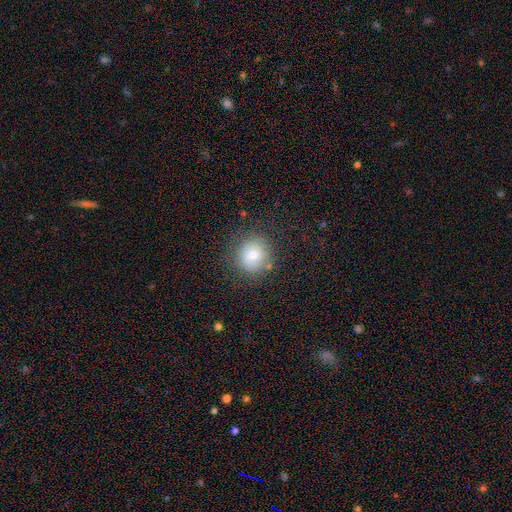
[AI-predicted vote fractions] A smooth galaxy with no disk features (67%) that is round (90%). Merging: none (80%).